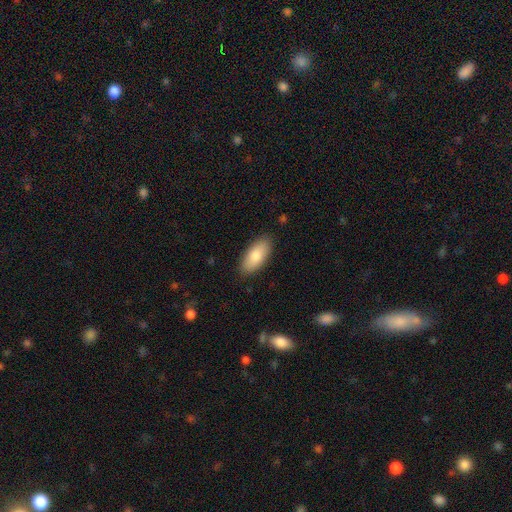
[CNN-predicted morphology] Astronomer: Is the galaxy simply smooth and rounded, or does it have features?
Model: smooth — 82%.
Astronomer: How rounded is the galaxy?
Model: in between — 88%.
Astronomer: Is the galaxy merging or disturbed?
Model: none — 86%.